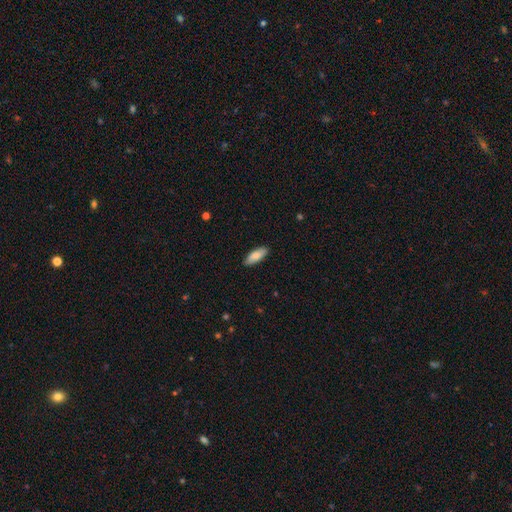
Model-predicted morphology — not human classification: A smooth galaxy with no disk features (82%) that is in between round and cigar-shaped (72%).

Vote fractions:
- Smooth or featured? smooth: 82% / featured or disk: 12% / star or artifact: 6%
- How rounded? in between: 72% / cigar-shaped: 26% / round: 2%
- Merging? none: 88% / minor disturbance: 10% / major disturbance: 2% / merger: 1%